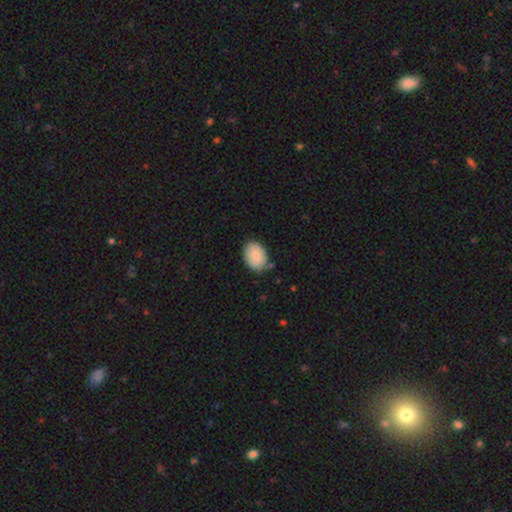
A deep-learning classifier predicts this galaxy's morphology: The model was most divided on "how rounded": in between: 78%, round: 21%, cigar-shaped: 1%. More confident: smooth or featured — smooth (83%); merging — none (78%).